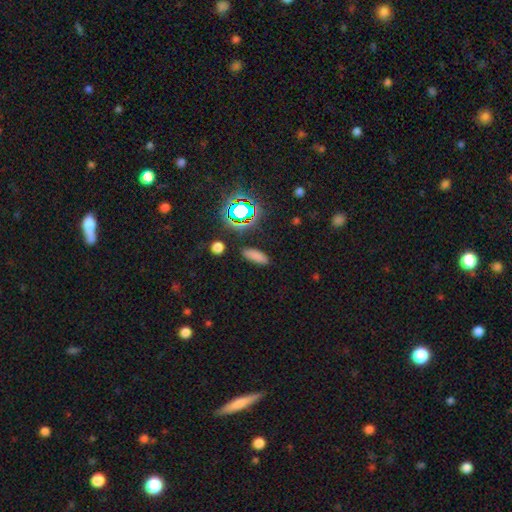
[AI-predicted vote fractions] Smooth or featured: smooth — 74% (star or artifact — 20%)
How rounded: in between — 61% (cigar-shaped — 35%)
Merging: none — 85% (minor disturbance — 10%)